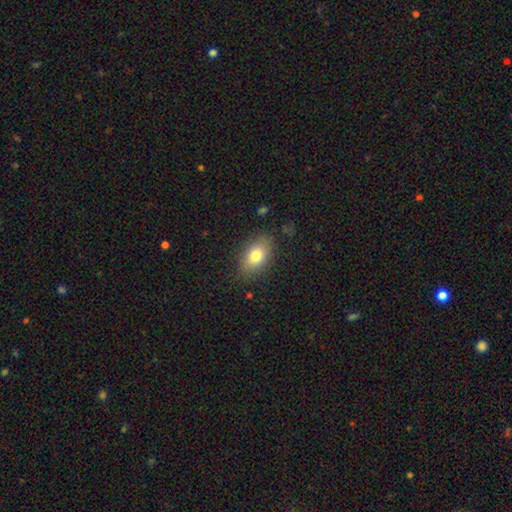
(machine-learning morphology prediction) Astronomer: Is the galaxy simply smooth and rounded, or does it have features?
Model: smooth — 78%.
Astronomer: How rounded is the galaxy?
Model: in between — 85%.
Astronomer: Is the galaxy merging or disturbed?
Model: none — 84%.